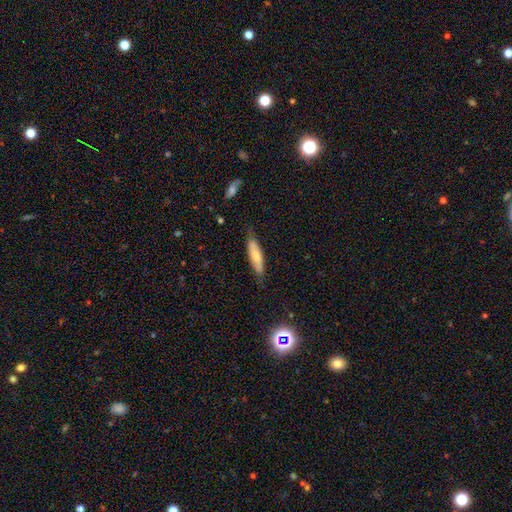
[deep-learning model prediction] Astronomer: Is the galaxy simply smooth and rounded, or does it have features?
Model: smooth — 70%.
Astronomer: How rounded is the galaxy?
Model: cigar-shaped — 72%.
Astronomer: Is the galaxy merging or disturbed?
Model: none — 74%.